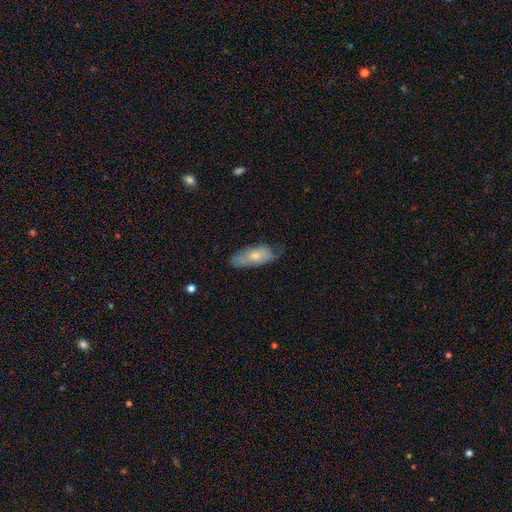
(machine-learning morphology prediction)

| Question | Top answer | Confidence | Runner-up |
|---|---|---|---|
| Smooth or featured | smooth | 67% | featured or disk (27%) |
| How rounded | in between | 81% | cigar-shaped (17%) |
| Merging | none | 61% | minor disturbance (30%) |